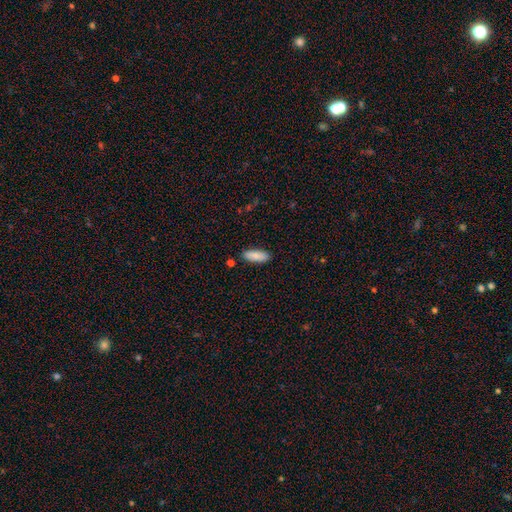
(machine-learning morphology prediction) Q: Smooth or featured?
A: smooth (85%); runner-up: featured or disk (9%)
Q: How rounded?
A: in between (73%); runner-up: cigar-shaped (25%)
Q: Merging?
A: none (86%); runner-up: minor disturbance (9%)